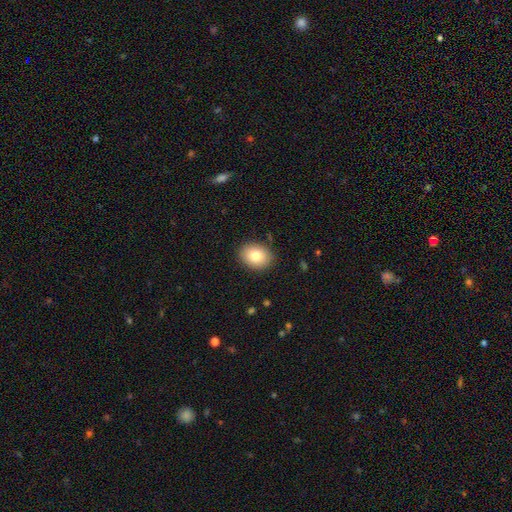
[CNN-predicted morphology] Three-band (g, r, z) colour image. It shows a smooth galaxy with no disk features (80%) that is in between round and cigar-shaped (58%). Merging: none (88%).